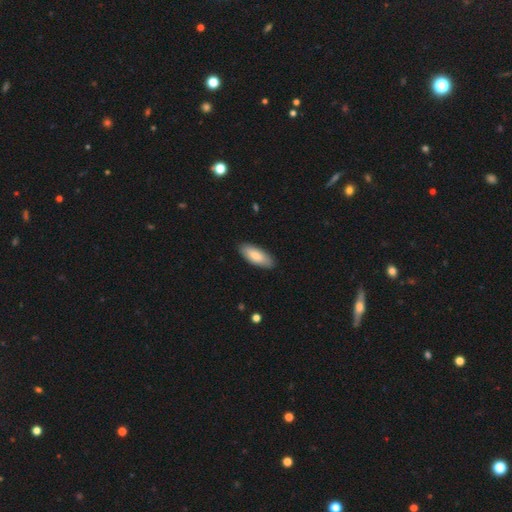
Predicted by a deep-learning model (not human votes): This appears to be a smooth galaxy with no disk features (83%) that is in between round and cigar-shaped (78%). Merging: none (88%).